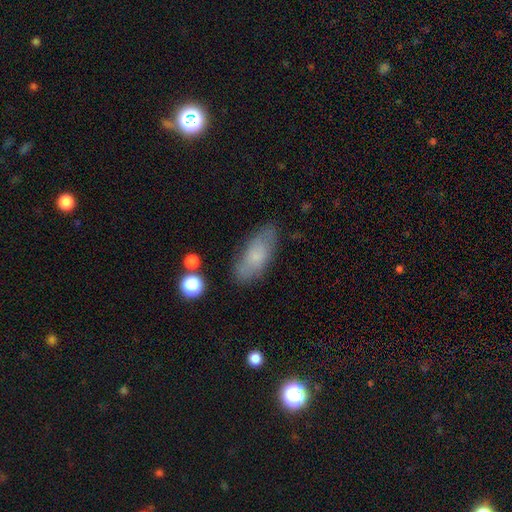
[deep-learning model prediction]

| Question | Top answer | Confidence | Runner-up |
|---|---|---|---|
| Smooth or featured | smooth | 69% | featured or disk (23%) |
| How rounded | in between | 80% | cigar-shaped (17%) |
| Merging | none | 73% | minor disturbance (19%) |